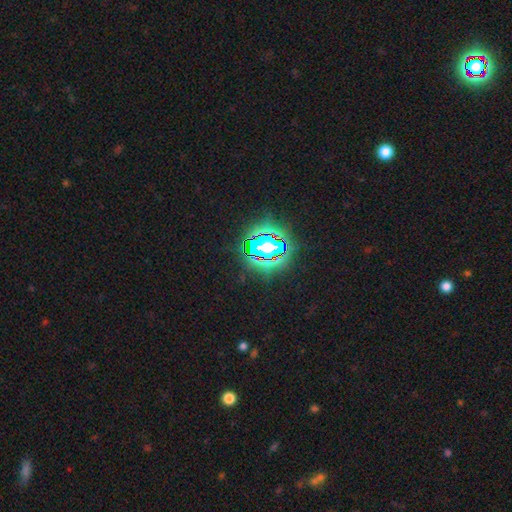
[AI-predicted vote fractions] star or artifact 78%, smooth 12%, featured or disk 9%.